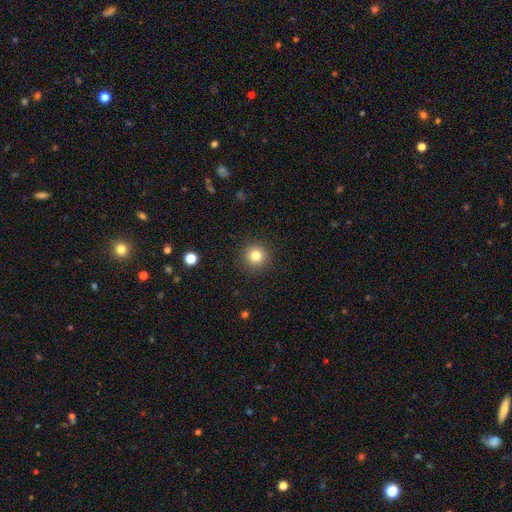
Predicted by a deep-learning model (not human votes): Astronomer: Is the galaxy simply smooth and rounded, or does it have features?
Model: smooth — 82%.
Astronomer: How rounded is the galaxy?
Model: round — 95%.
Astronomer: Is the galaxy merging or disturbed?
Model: none — 92%.